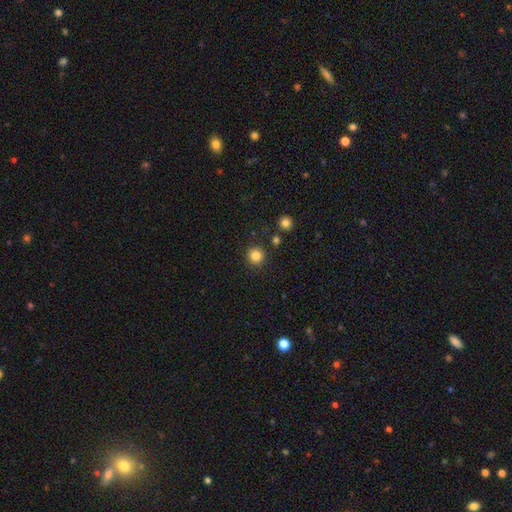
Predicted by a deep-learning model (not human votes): Smooth or featured? smooth (85%)
How rounded? round (93%)
Merging? none (89%)